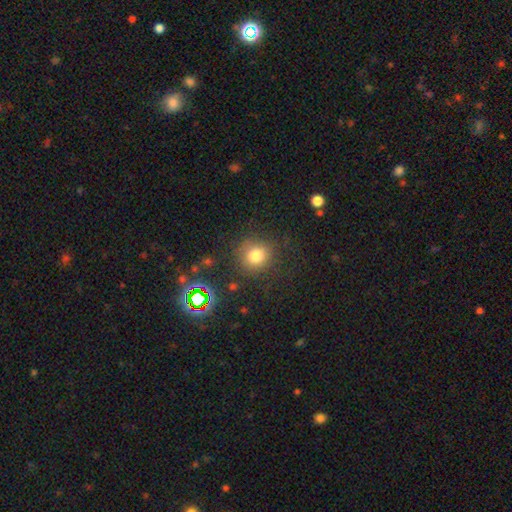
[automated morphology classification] smooth-or-featured: smooth: 77% | star or artifact: 15% | featured or disk: 8%
  how-rounded: round: 87% | in between: 12% | cigar-shaped: 1%
  merging: none: 82% | minor disturbance: 11% | major disturbance: 5% | merger: 2%